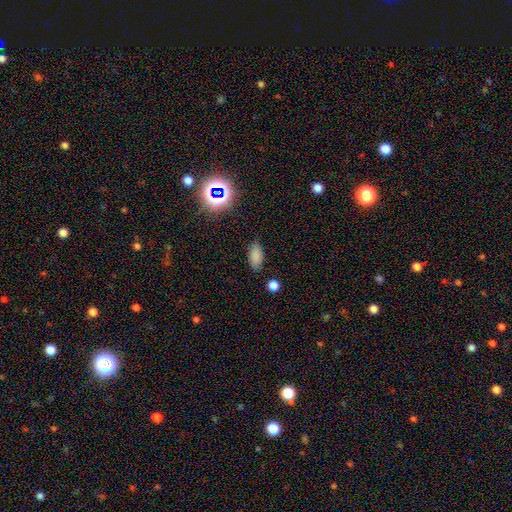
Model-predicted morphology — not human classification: A smooth galaxy with no disk features (81%) that is in between round and cigar-shaped (88%).

Vote fractions:
- Smooth or featured? smooth: 81% / star or artifact: 13% / featured or disk: 6%
- How rounded? in between: 88% / cigar-shaped: 8% / round: 4%
- Merging? none: 84% / minor disturbance: 11% / major disturbance: 3% / merger: 2%